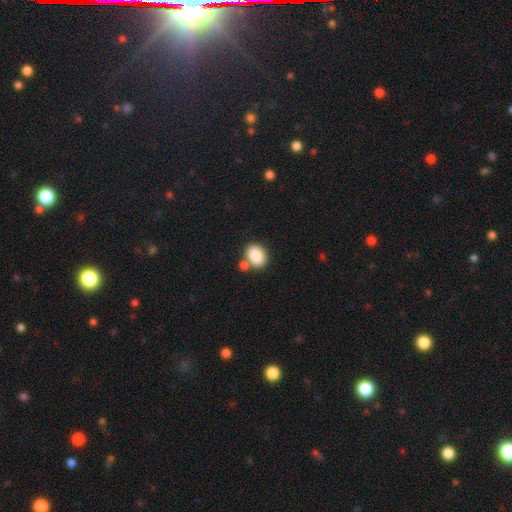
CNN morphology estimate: type=smooth (87%); roundness=in between (65%); merging=none (65%).